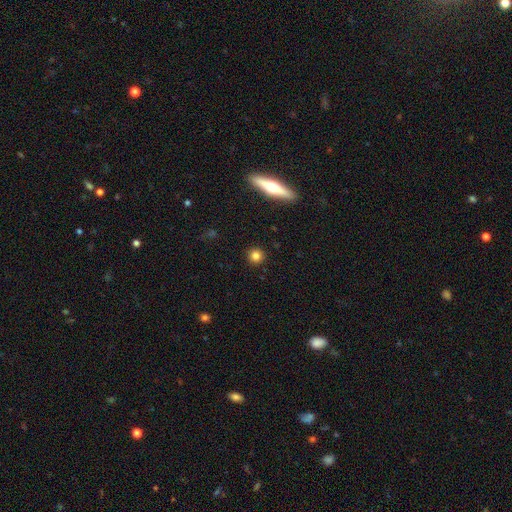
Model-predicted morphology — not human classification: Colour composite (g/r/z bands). It shows a smooth galaxy with no disk features (81%) that is round (93%). Merging: none (91%).